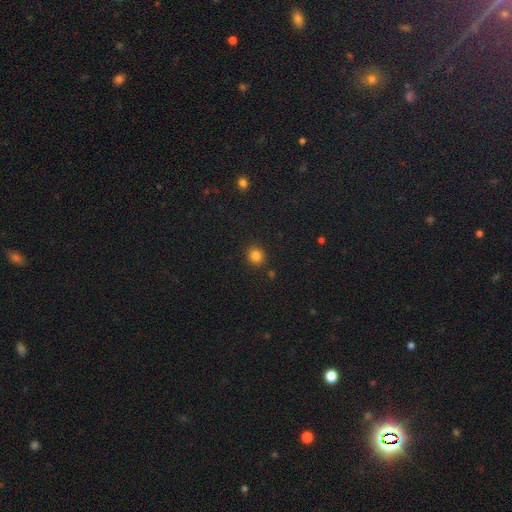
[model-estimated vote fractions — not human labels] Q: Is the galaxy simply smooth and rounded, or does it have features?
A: smooth — 83%.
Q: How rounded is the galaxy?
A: round — 85%.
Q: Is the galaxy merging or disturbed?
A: none — 88%.